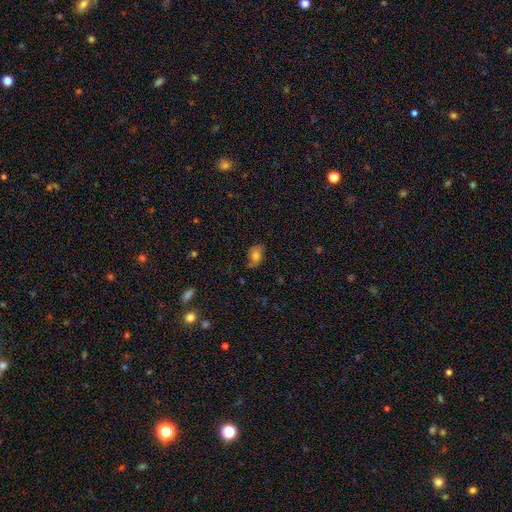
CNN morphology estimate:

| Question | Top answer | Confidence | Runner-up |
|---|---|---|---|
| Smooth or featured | smooth | 69% | featured or disk (21%) |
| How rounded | in between | 79% | round (19%) |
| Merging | none | 59% | minor disturbance (31%) |